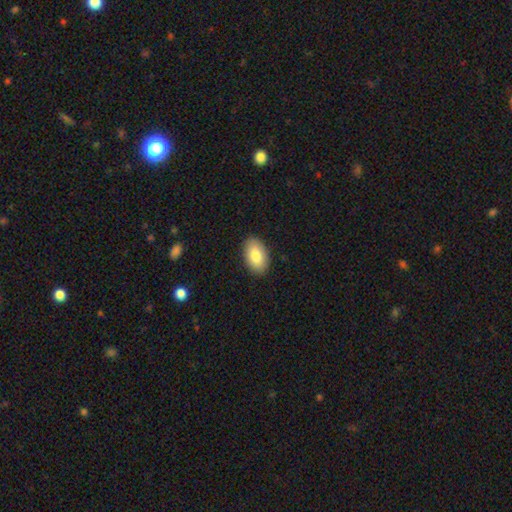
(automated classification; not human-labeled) smooth_or_featured: smooth (p=0.82) [alt: featured or disk p=0.11]
how_rounded: in between (p=0.93) [alt: round p=0.06]
merging: none (p=0.89) [alt: minor disturbance p=0.08]